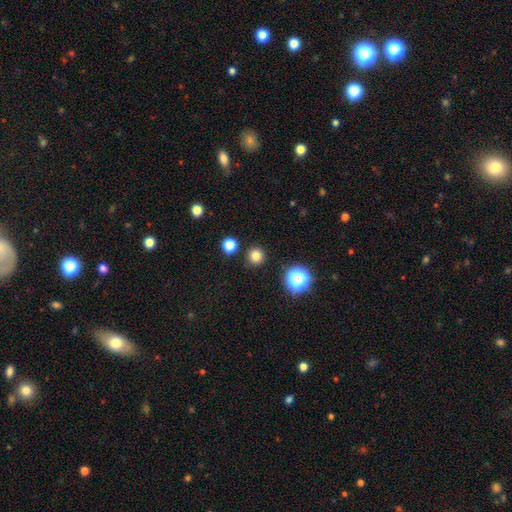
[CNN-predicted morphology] smooth-or-featured: smooth: 80% | star or artifact: 16% | featured or disk: 4%
  how-rounded: round: 95% | in between: 4% | cigar-shaped: 1%
  merging: none: 90% | minor disturbance: 5% | merger: 3% | major disturbance: 2%